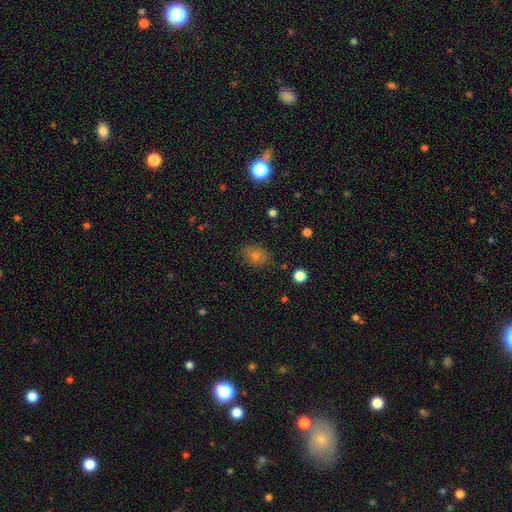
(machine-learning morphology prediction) Smooth or featured: smooth — 69% (star or artifact — 18%)
How rounded: in between — 56% (round — 43%)
Merging: none — 81% (minor disturbance — 14%)